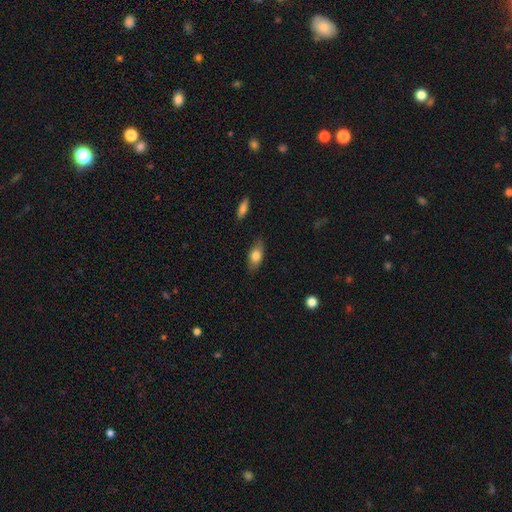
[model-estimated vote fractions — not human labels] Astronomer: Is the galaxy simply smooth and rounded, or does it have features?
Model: smooth — 77%.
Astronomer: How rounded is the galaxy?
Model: in between — 85%.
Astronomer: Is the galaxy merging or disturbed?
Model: none — 82%.